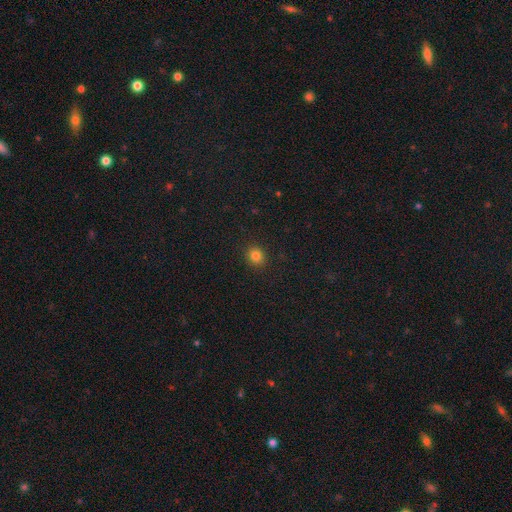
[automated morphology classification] Smooth or featured: smooth — 81% (star or artifact — 13%)
How rounded: round — 80% (in between — 19%)
Merging: none — 91% (minor disturbance — 6%)